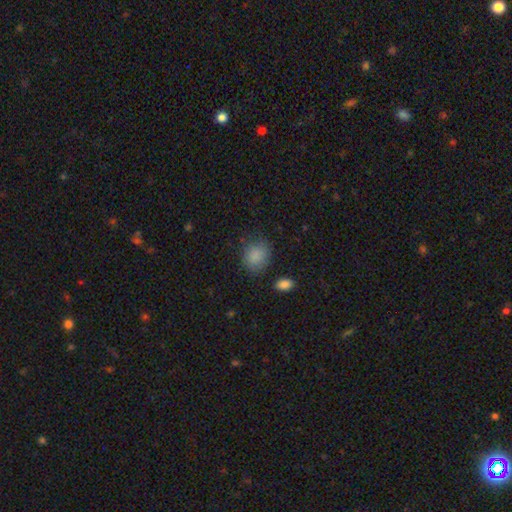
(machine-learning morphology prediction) Smooth or featured: smooth — 86% (star or artifact — 9%)
How rounded: round — 57% (in between — 42%)
Merging: none — 78% (minor disturbance — 16%)